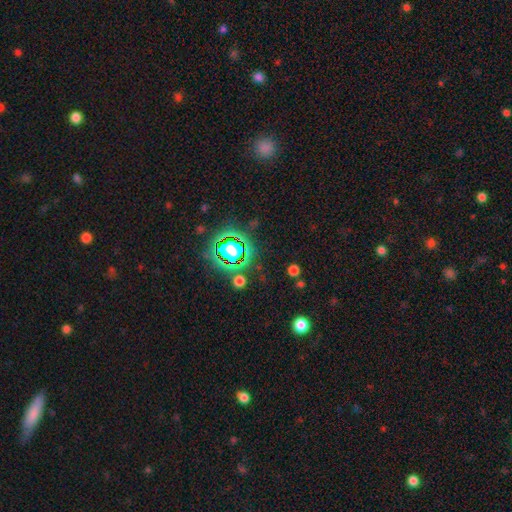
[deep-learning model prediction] Smooth or featured: star or artifact — 80% (smooth — 13%)